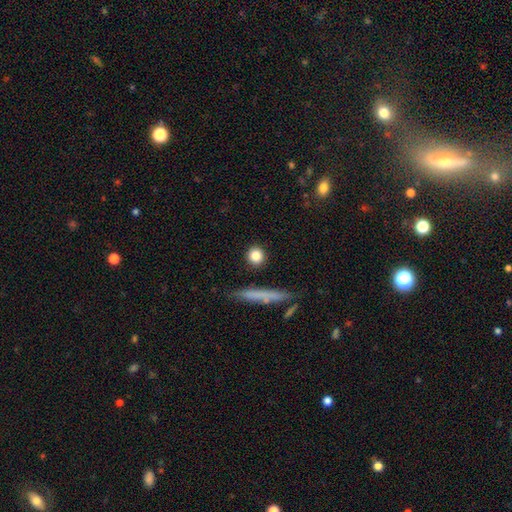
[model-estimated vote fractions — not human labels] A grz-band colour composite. It shows a smooth galaxy with no disk features (82%) that is round (85%). Merging: none (88%).